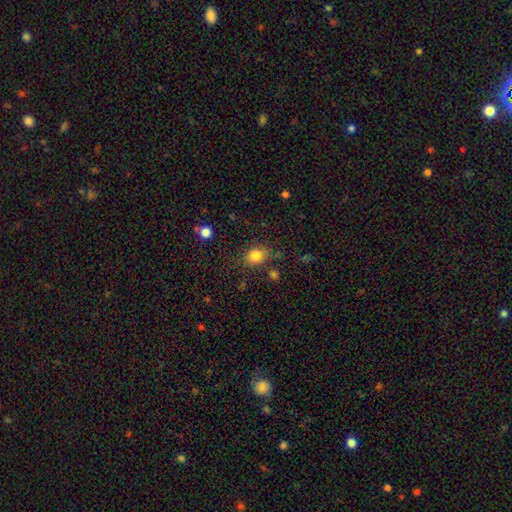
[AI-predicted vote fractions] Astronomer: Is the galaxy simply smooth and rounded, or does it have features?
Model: smooth — 83%.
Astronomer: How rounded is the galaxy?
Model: round — 51% (runner-up: in between, 47%).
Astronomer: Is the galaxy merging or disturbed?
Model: none — 70%.